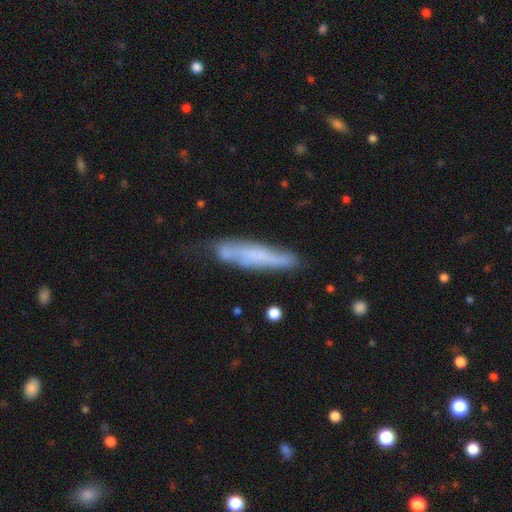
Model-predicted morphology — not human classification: The model was most divided on "smooth or featured": smooth: 49%, featured or disk: 43%, star or artifact: 8%. More confident: merging — none (65%).